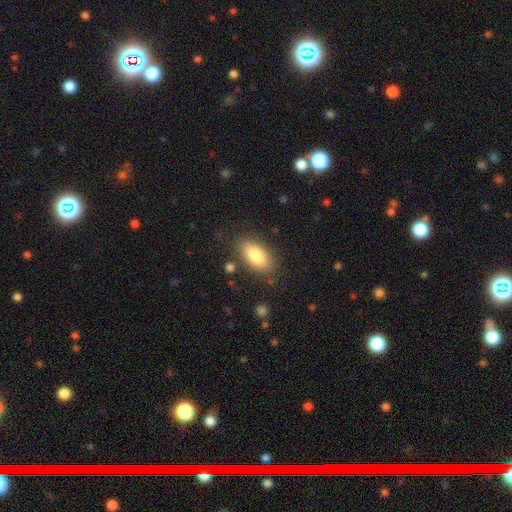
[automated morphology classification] Smooth or featured: smooth — 81% (featured or disk — 12%)
How rounded: in between — 87% (cigar-shaped — 10%)
Merging: none — 82% (minor disturbance — 12%)